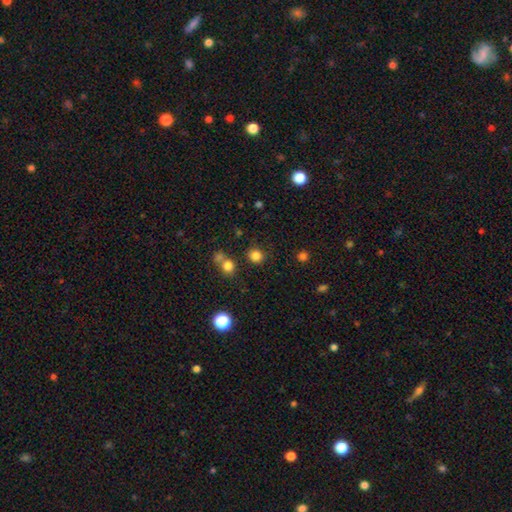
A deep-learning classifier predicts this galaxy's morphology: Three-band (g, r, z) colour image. It shows a smooth galaxy with no disk features (80%) that is round (89%). Merging: none (82%).